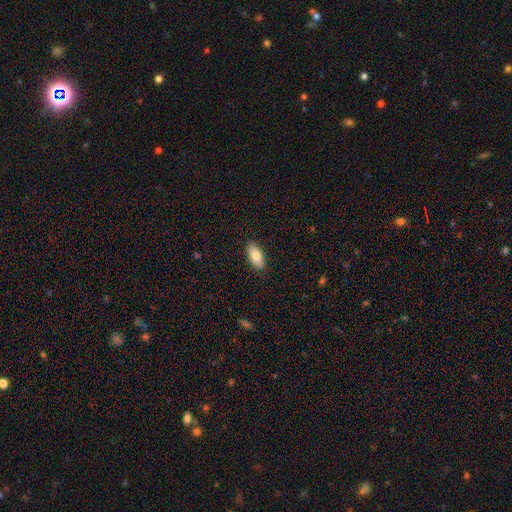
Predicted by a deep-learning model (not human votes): smooth 80%, featured or disk 13%, star or artifact 6%. Down the decision tree: how rounded — in between (88%); merging — none (90%).